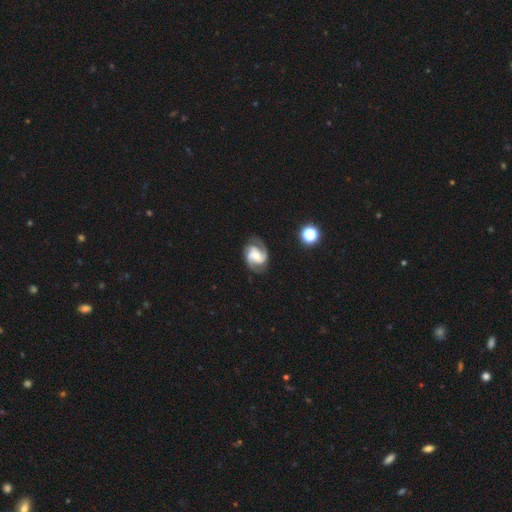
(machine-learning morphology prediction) Overall: featured or disk (87%). Edge-on disk: no (98%). Bar: weak (43%; no 40%). Spiral arms: yes (97%). Spiral arm count: 2 (83%). Spiral winding: medium (53%; tight 31%). Bulge size: moderate (53%; small 36%). Merging: none (79%).